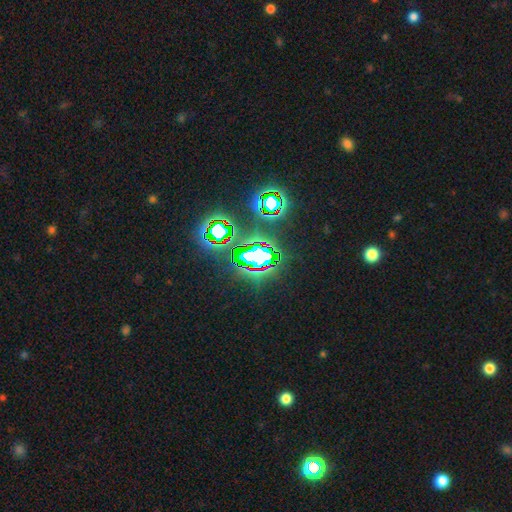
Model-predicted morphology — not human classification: A star or artifact, not a galaxy (73%).

Vote fractions:
- Smooth or featured? star or artifact: 73% / smooth: 15% / featured or disk: 12%